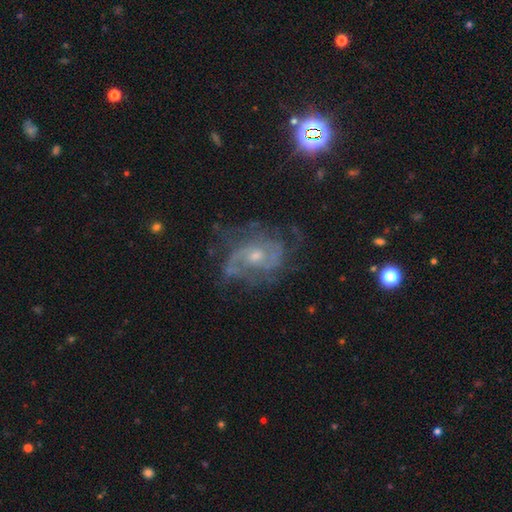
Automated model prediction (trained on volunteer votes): A featured or disk galaxy (81%) with no bar (67%), 2 (43%) medium (46%) spiral arms (90%) and a small central bulge (53%). Merging: none (60%).